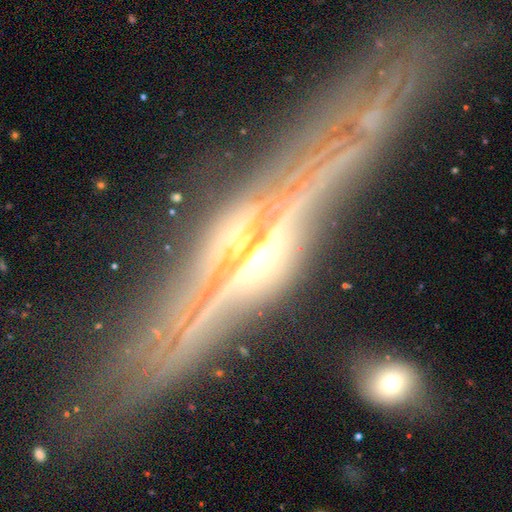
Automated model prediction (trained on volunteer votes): Overall: featured or disk (73%). Edge-on disk: yes (88%). Edge-on bulge: rounded (83%). Merging: none (82%).